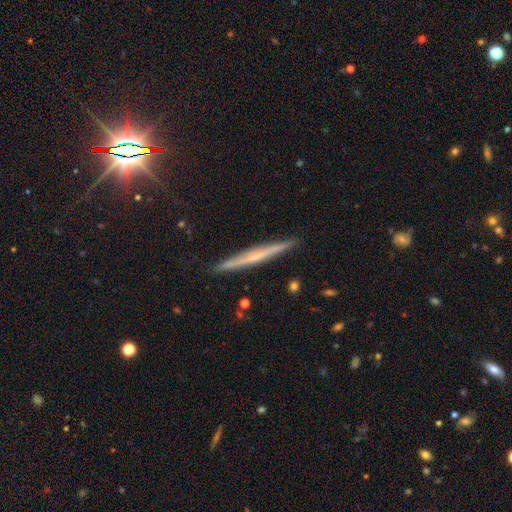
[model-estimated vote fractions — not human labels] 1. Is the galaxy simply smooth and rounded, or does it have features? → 63% featured or disk, 27% smooth, 11% star or artifact.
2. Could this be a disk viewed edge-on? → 97% yes, 3% no.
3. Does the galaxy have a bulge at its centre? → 51% none, 43% rounded, 6% boxy.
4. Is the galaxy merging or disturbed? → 91% none, 7% minor disturbance, 1% major disturbance, 1% merger.